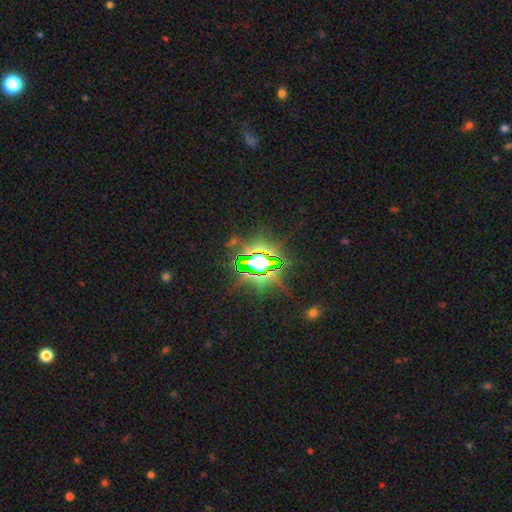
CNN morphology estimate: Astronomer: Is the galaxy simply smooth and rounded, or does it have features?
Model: star or artifact — 82%.